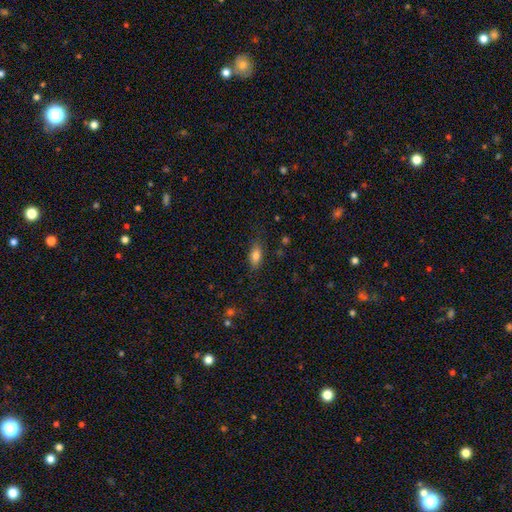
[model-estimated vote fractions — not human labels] This appears to be a smooth galaxy with no disk features (80%) that is in between round and cigar-shaped (85%). Merging: none (78%).